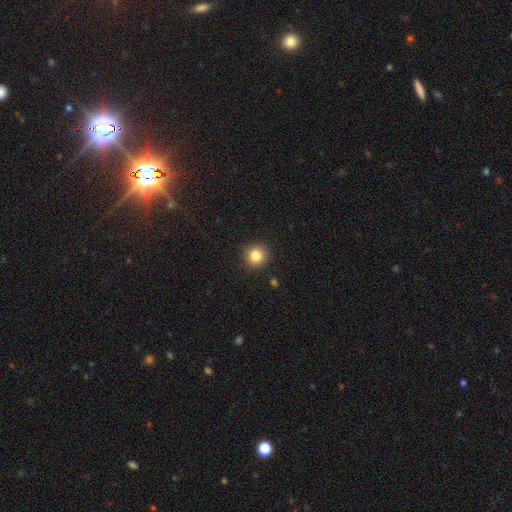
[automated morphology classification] Smooth or featured? Predicted: smooth (p=0.83). How rounded? Predicted: round (p=0.93). Merging? Predicted: none (p=0.91).